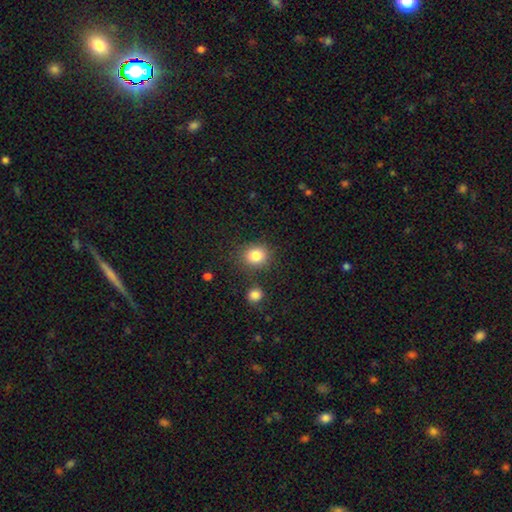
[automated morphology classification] The model was most divided on "how rounded": round: 72%, in between: 27%, cigar-shaped: 1%. More confident: smooth or featured — smooth (84%); merging — none (80%).